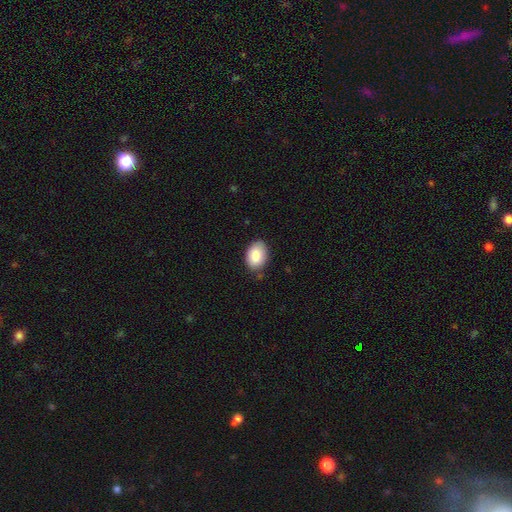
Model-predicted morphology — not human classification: This is clearly a smooth galaxy (86%). How rounded: clearly in between (86%). Merging: likely none (80%).